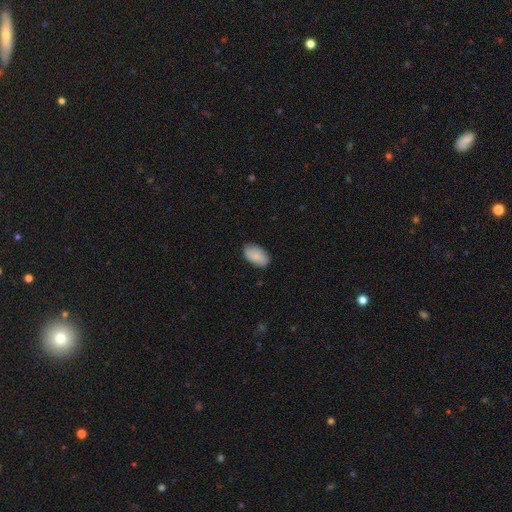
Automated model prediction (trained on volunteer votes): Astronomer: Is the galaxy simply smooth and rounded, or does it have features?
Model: smooth — 84%.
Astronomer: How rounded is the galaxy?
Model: in between — 94%.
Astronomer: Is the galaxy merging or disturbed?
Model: none — 83%.